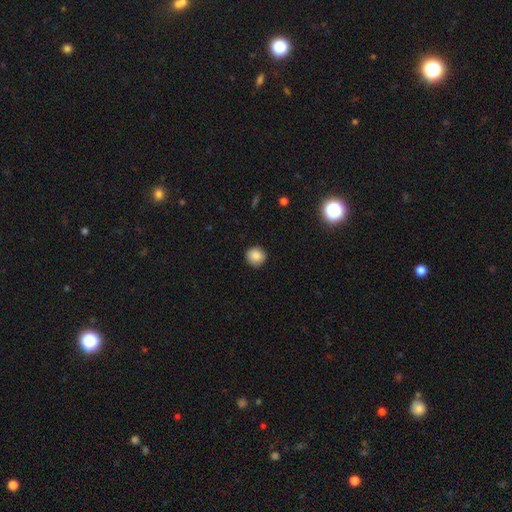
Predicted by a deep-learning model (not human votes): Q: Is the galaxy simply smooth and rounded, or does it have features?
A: smooth — 87%.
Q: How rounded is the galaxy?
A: round — 93%.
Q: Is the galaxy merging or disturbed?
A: none — 90%.